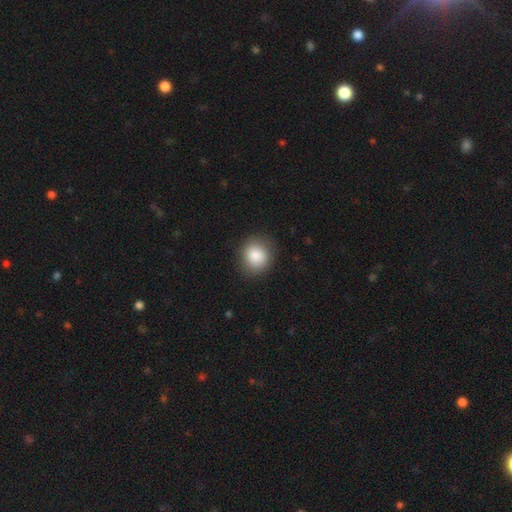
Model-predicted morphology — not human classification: smooth-or-featured: smooth: 86% | star or artifact: 8% | featured or disk: 6%
  how-rounded: round: 80% | in between: 19% | cigar-shaped: 1%
  merging: none: 86% | minor disturbance: 10% | major disturbance: 3% | merger: 1%